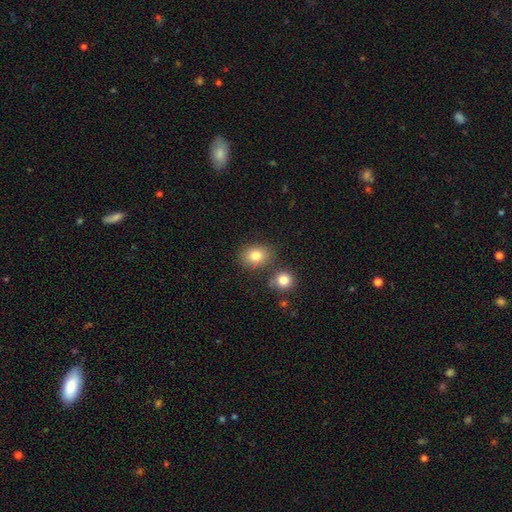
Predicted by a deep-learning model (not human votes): This is clearly a smooth galaxy (82%). How rounded: possibly in between (52%). Merging: likely none (74%).